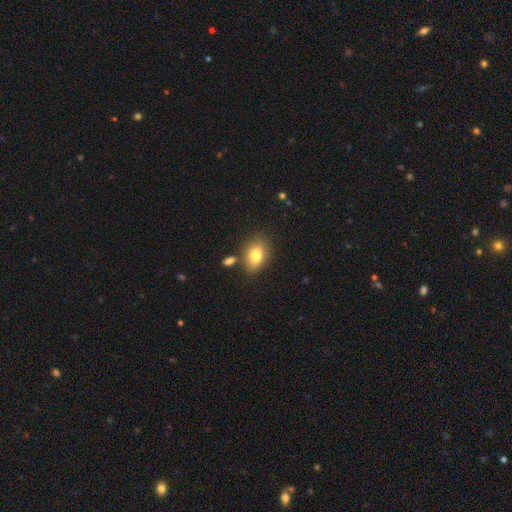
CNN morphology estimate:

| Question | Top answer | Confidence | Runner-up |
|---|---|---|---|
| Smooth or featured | smooth | 78% | featured or disk (13%) |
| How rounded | in between | 81% | round (17%) |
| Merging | none | 76% | minor disturbance (12%) |